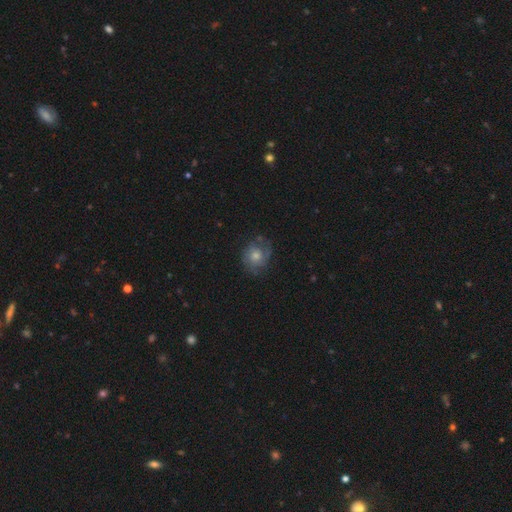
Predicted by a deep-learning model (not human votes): The model was most divided on "smooth or featured": featured or disk: 54%, smooth: 37%, star or artifact: 9%. More confident: edge-on disk — no (97%); spiral arms — yes (84%); bar — no (78%); merging — none (66%); bulge size — moderate (56%).